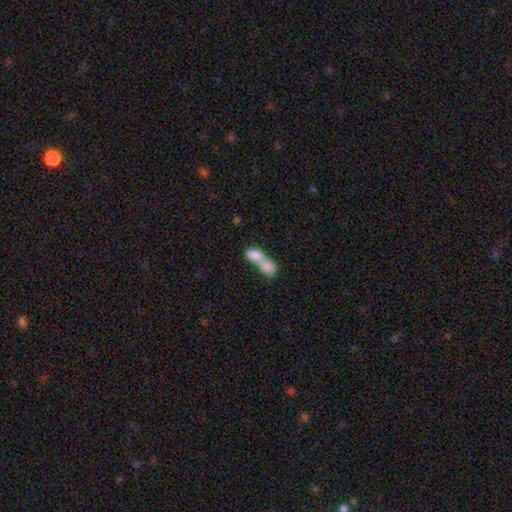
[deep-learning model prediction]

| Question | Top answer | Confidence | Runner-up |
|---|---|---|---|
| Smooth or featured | smooth | 78% | featured or disk (15%) |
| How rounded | in between | 78% | round (15%) |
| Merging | merger | 82% | none (11%) |